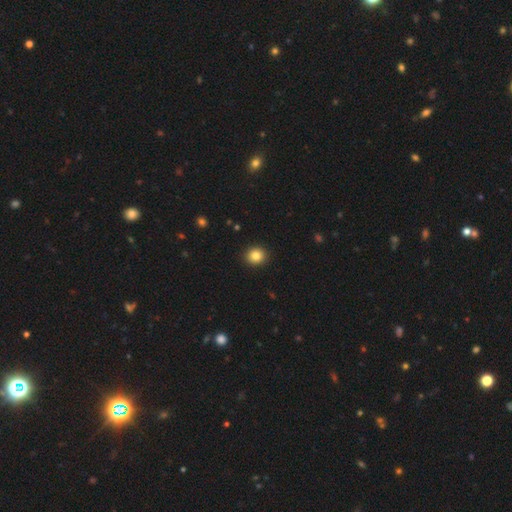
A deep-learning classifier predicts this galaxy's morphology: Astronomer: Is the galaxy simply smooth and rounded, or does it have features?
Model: smooth — 84%.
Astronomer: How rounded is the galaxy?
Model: round — 85%.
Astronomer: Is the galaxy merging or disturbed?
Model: none — 92%.